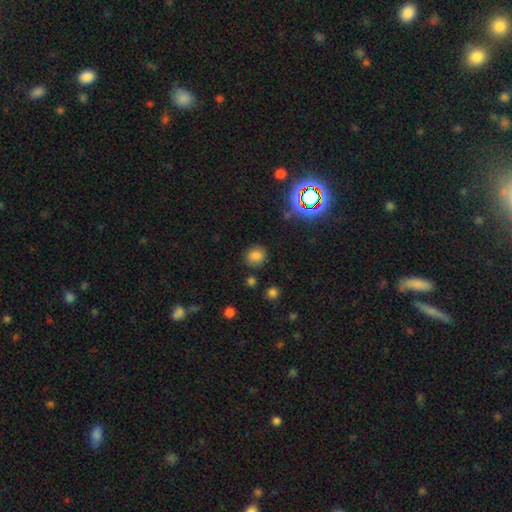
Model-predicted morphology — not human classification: A smooth galaxy with no disk features (77%) that is round (78%).

Vote fractions:
- Smooth or featured? smooth: 77% / star or artifact: 17% / featured or disk: 6%
- How rounded? round: 78% / in between: 21% / cigar-shaped: 1%
- Merging? none: 83% / minor disturbance: 11% / major disturbance: 3% / merger: 3%